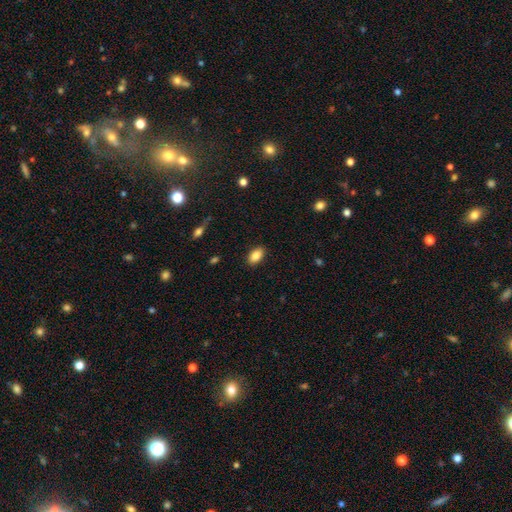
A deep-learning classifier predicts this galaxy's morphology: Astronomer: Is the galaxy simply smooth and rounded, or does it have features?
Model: smooth — 87%.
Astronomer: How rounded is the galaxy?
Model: in between — 92%.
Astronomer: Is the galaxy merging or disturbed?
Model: none — 88%.